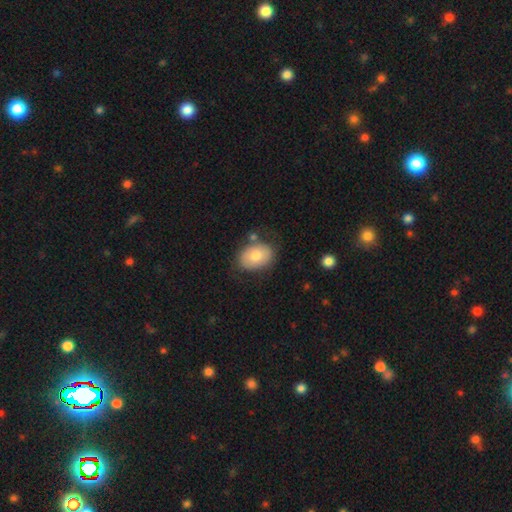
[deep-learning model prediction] The model was most divided on "how rounded": in between: 73%, round: 26%, cigar-shaped: 1%. More confident: smooth or featured — smooth (74%); merging — none (72%).